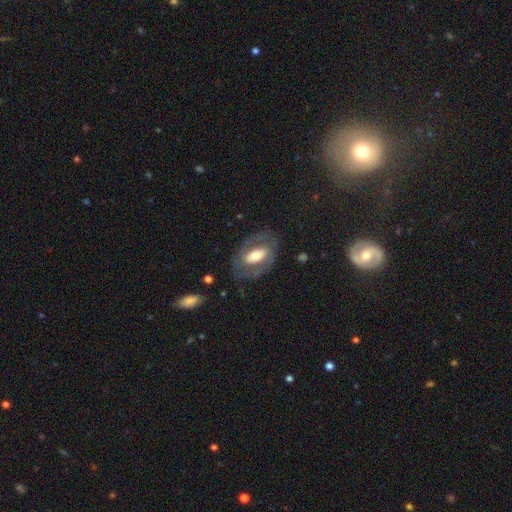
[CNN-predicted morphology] A featured or disk galaxy (57%) with no bar (40%), no spiral arms (58%) and a moderate central bulge (51%). Merging: none (73%).